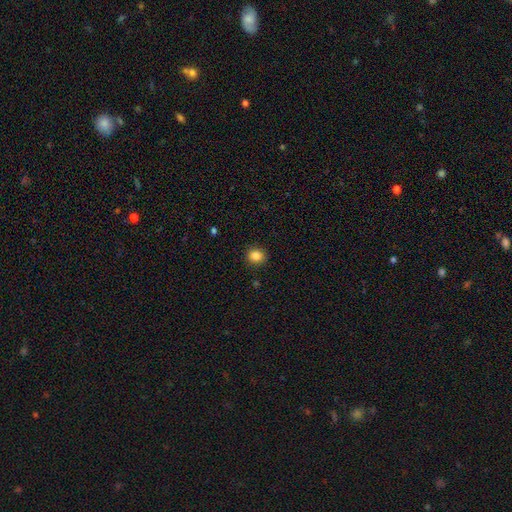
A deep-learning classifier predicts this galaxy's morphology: Smooth or featured? smooth (85%)
How rounded? round (83%)
Merging? none (90%)